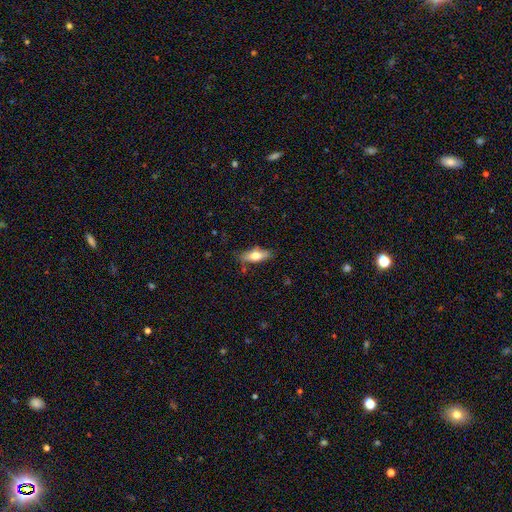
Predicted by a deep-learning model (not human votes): Smooth or featured?
  - smooth: 65% *
  - featured or disk: 29%
  - star or artifact: 6%
How rounded?
  - in between: 64% *
  - cigar-shaped: 33%
  - round: 3%
Merging?
  - none: 78% *
  - minor disturbance: 16%
  - major disturbance: 3%
  - merger: 2%